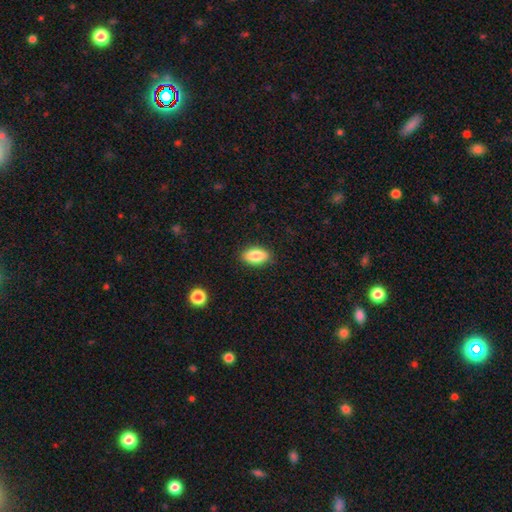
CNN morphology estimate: A smooth galaxy with no disk features (84%) that is in between round and cigar-shaped (90%).

Vote fractions:
- Smooth or featured? smooth: 84% / featured or disk: 8% / star or artifact: 7%
- How rounded? in between: 90% / round: 5% / cigar-shaped: 5%
- Merging? none: 87% / minor disturbance: 10% / major disturbance: 2% / merger: 1%